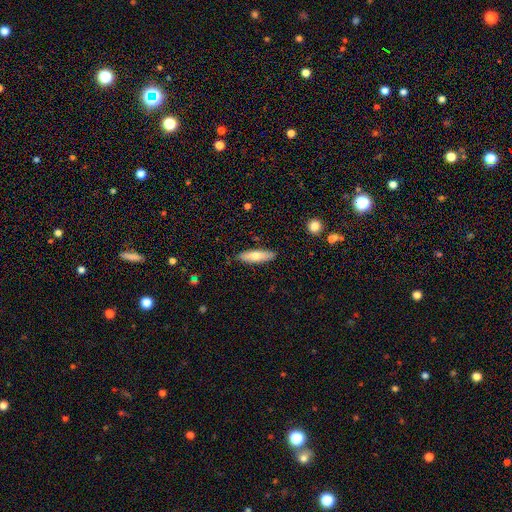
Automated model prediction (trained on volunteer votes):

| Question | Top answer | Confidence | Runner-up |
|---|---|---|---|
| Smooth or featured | smooth | 67% | featured or disk (28%) |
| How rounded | cigar-shaped | 57% | in between (41%) |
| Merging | none | 87% | minor disturbance (10%) |